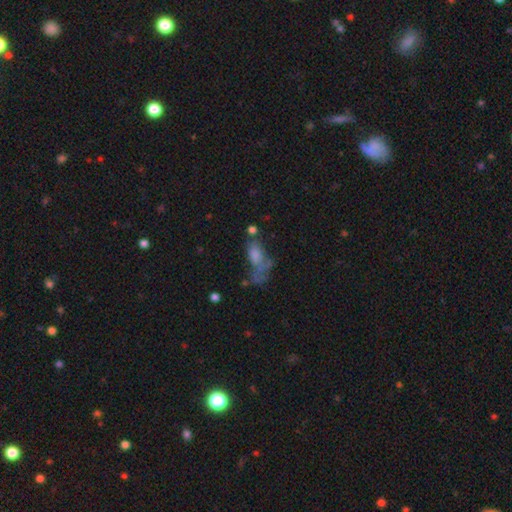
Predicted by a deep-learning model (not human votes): This is marginally a smooth galaxy (44%). Merging: marginally major disturbance (41%).